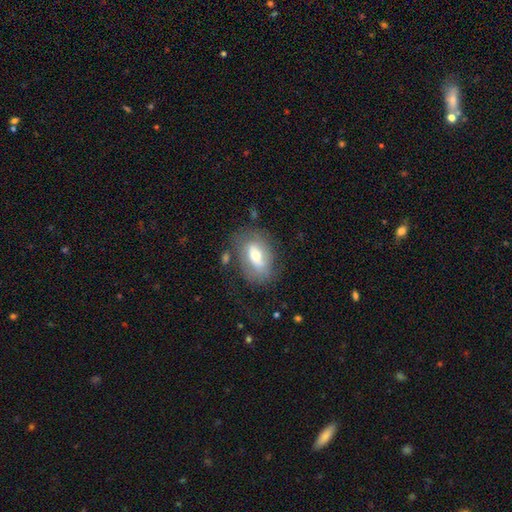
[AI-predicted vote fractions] smooth-or-featured: smooth: 49% | featured or disk: 43% | star or artifact: 8%
  merging: none: 65% | minor disturbance: 20% | major disturbance: 11% | merger: 4%